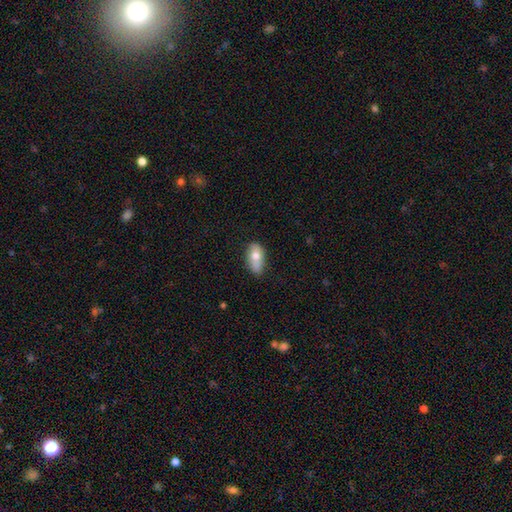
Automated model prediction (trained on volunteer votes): This appears to be a smooth galaxy with no disk features (70%) that is in between round and cigar-shaped (90%). Merging: none (56%).